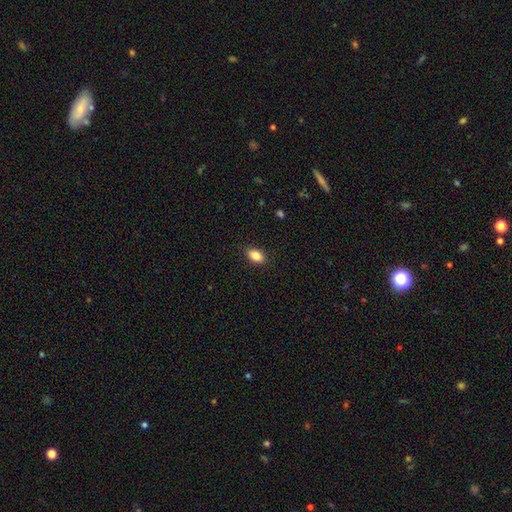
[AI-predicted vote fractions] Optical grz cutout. It shows a smooth galaxy with no disk features (85%) that is in between round and cigar-shaped (89%). Merging: none (87%).